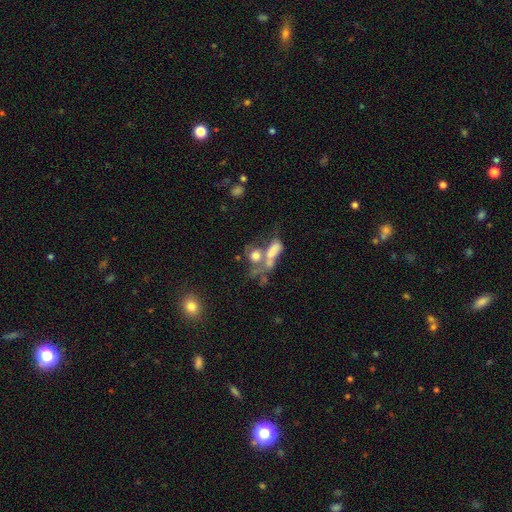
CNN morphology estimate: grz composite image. It shows a smooth galaxy with no disk features (58%) that is in between round and cigar-shaped (56%). Merging: merger (55%).